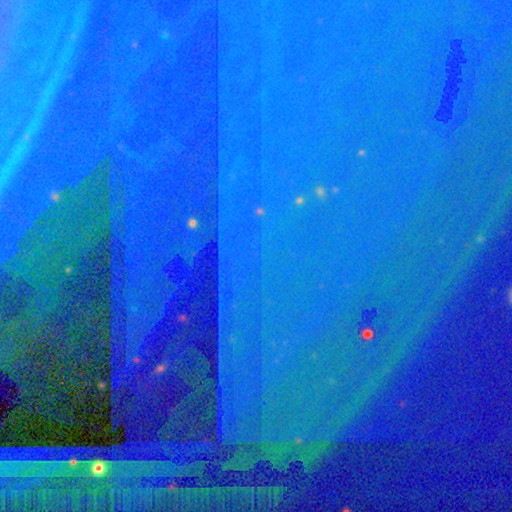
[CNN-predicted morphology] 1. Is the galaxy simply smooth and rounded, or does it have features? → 89% star or artifact, 6% featured or disk, 5% smooth.